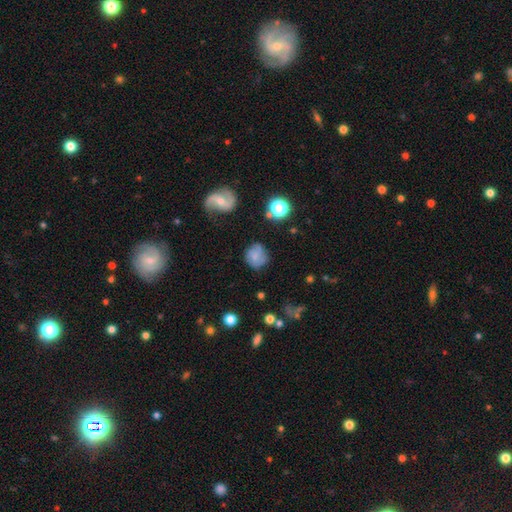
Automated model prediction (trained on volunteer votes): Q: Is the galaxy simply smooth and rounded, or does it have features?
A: smooth — 56%.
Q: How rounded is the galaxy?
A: round — 77%.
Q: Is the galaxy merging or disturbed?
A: none — 64%.